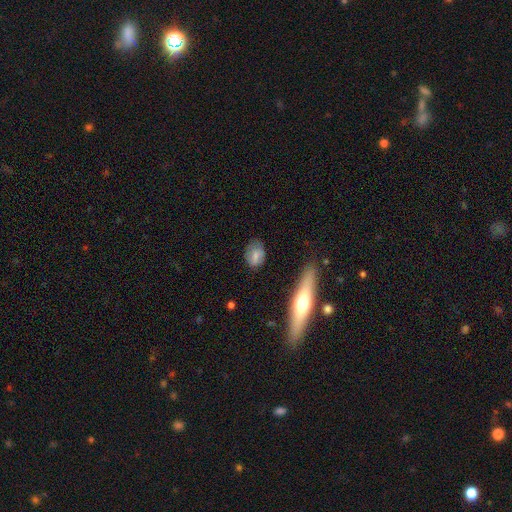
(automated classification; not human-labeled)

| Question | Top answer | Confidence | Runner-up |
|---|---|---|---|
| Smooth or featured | smooth | 68% | featured or disk (23%) |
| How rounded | in between | 66% | round (31%) |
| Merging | none | 73% | minor disturbance (20%) |